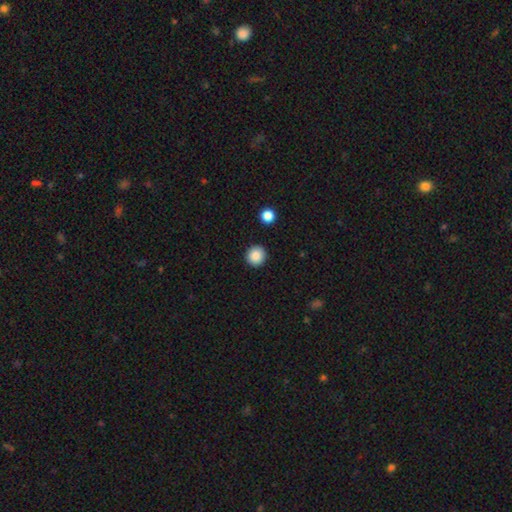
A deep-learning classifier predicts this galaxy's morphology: A smooth galaxy with no disk features (88%) that is round (93%). Merging: none (92%).